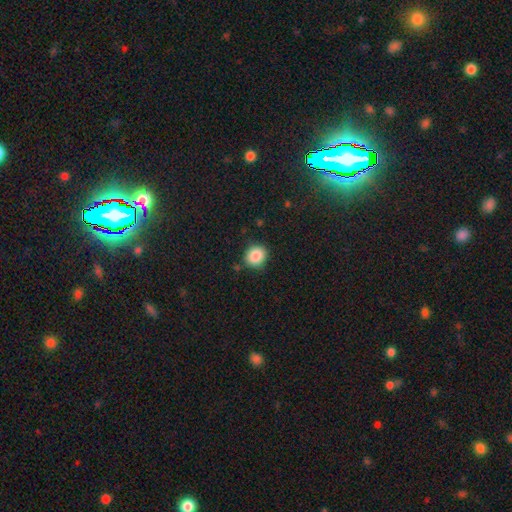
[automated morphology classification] Q: Smooth or featured?
A: smooth (87%); runner-up: star or artifact (9%)
Q: How rounded?
A: round (79%); runner-up: in between (20%)
Q: Merging?
A: none (84%); runner-up: minor disturbance (11%)